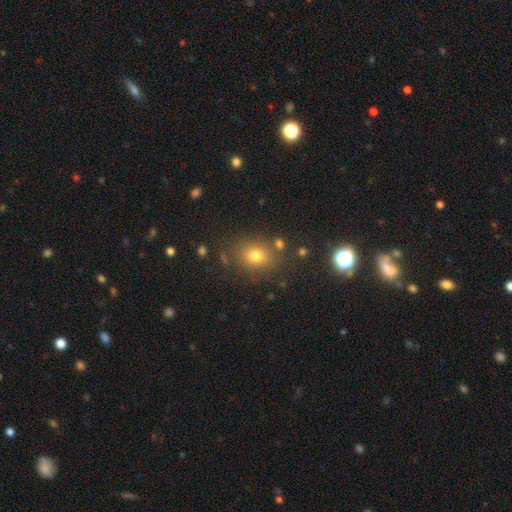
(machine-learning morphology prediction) Overall: smooth (72%). How rounded: round (56%; in between 43%). Merging: none (78%).